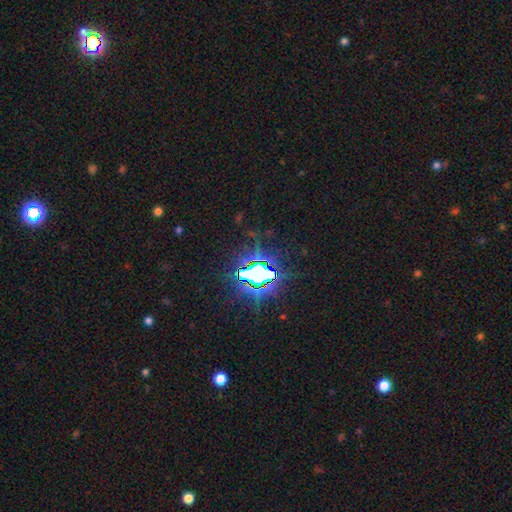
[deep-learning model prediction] This appears to be a star or artifact, not a galaxy (79%).